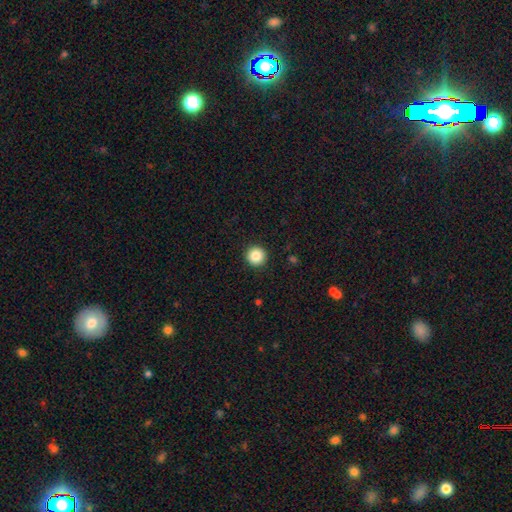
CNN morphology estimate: Smooth or featured? smooth (86%)
How rounded? round (96%)
Merging? none (93%)